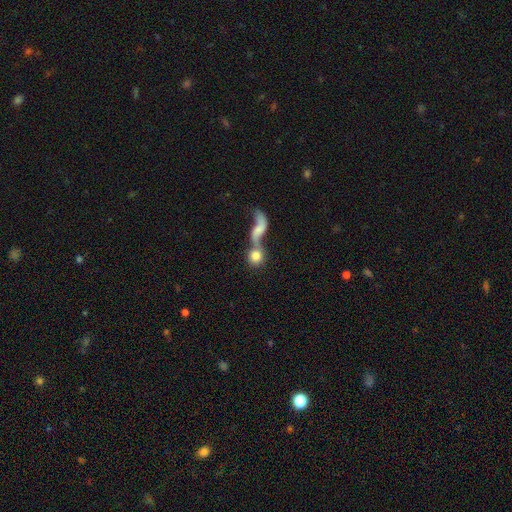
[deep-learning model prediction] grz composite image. It shows a smooth galaxy with no disk features (74%) that is round (77%). Merging: merger (60%).